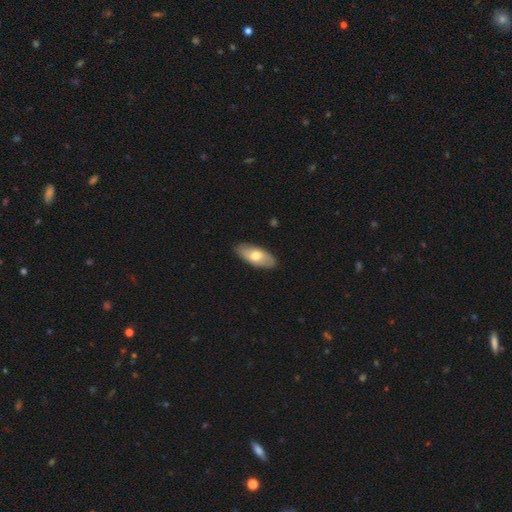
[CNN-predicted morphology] Smooth or featured: smooth — 64% (featured or disk — 30%)
How rounded: in between — 89% (cigar-shaped — 9%)
Merging: none — 86% (minor disturbance — 11%)